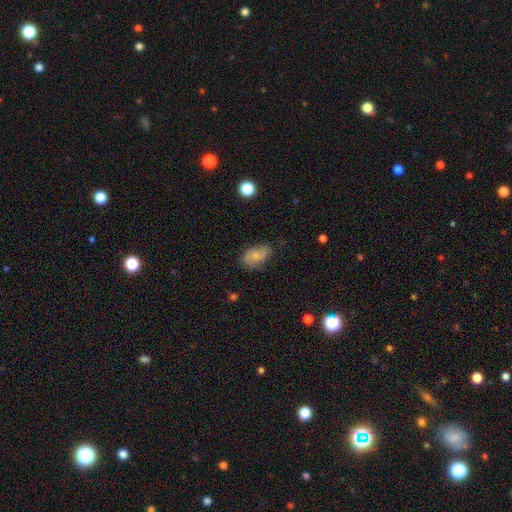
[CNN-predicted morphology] smooth 64%, featured or disk 28%, star or artifact 9%. Down the decision tree: how rounded — in between (90%); merging — none (66%).